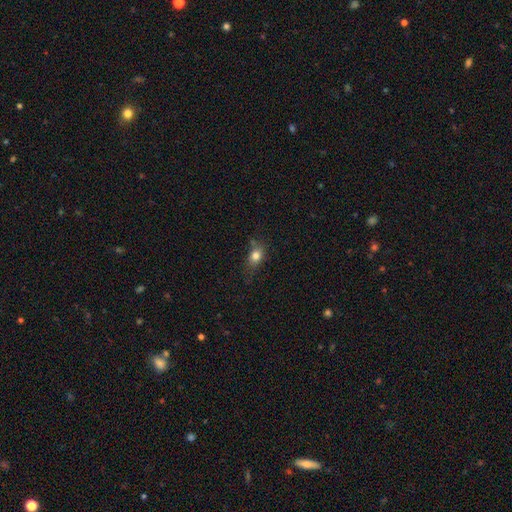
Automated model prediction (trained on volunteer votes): This is likely a smooth galaxy (79%). How rounded: likely in between (65%). Merging: possibly none (60%).